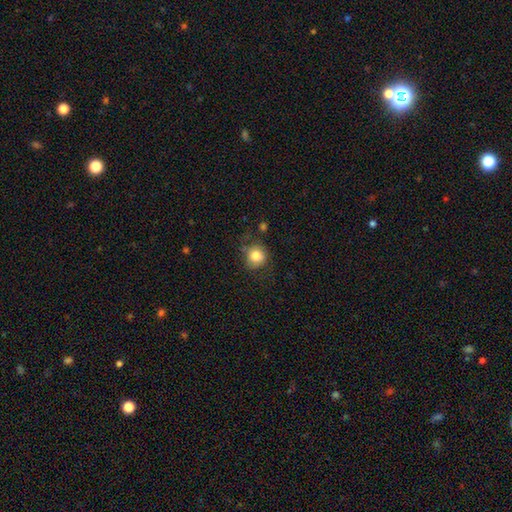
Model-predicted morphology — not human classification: Smooth or featured?
  - smooth: 82% *
  - star or artifact: 10%
  - featured or disk: 8%
How rounded?
  - round: 84% *
  - in between: 15%
  - cigar-shaped: 1%
Merging?
  - none: 70% *
  - minor disturbance: 20%
  - major disturbance: 7%
  - merger: 4%